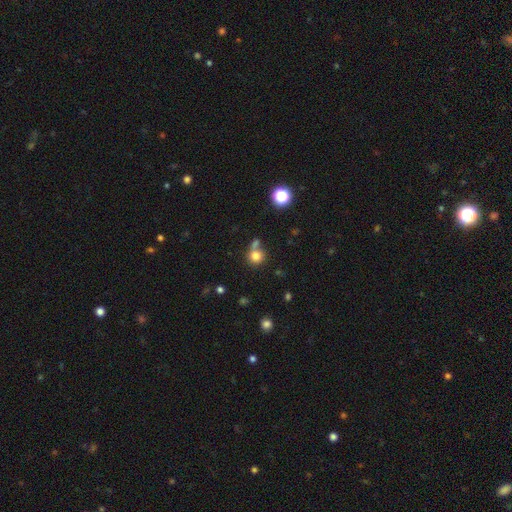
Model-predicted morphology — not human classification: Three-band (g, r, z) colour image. It shows a smooth galaxy with no disk features (78%) that is round (90%). Merging: none (60%).